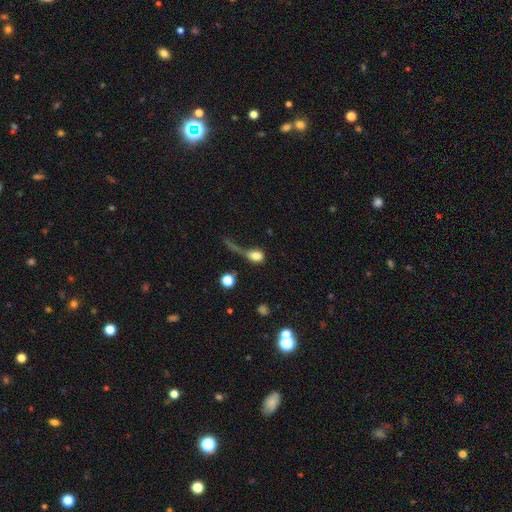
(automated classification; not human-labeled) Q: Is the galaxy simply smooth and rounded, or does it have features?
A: smooth — 71%.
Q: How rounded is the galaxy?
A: in between — 59%.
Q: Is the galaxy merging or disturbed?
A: major disturbance — 48%.